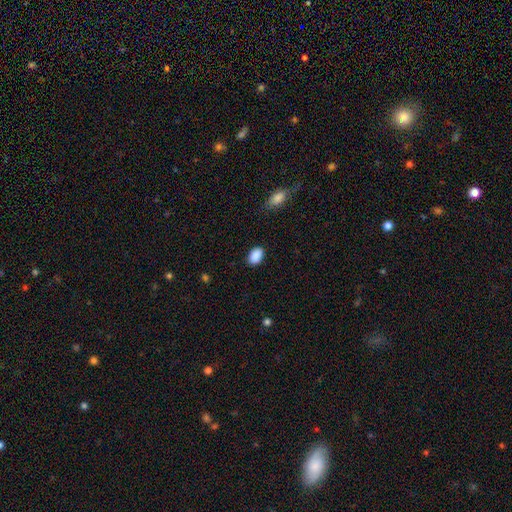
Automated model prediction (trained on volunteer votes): A smooth galaxy with no disk features (90%) that is in between round and cigar-shaped (87%). Merging: none (85%).